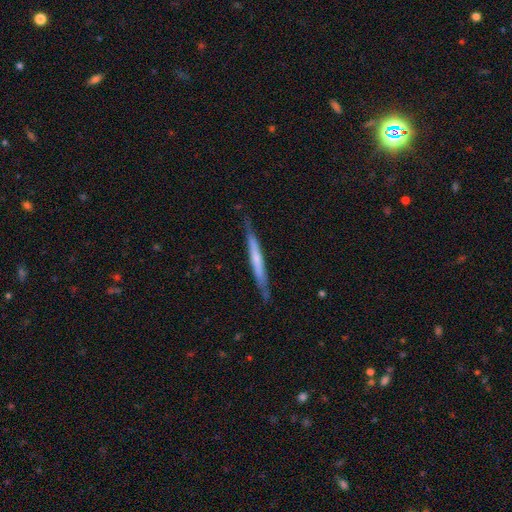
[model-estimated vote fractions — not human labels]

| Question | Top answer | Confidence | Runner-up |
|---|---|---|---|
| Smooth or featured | featured or disk | 59% | smooth (31%) |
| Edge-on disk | yes | 95% | no (5%) |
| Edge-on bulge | none | 58% | rounded (33%) |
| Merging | none | 86% | minor disturbance (10%) |